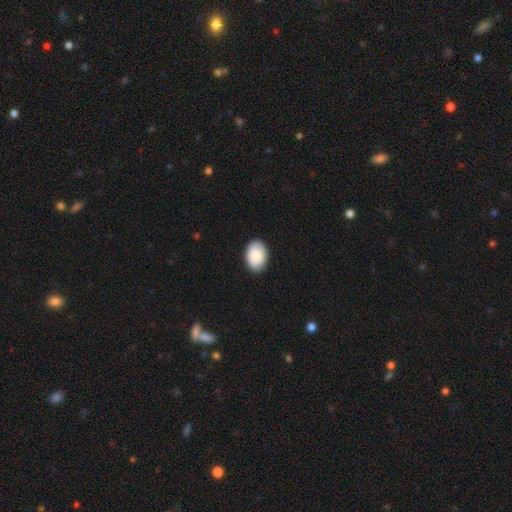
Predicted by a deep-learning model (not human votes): This is clearly a smooth galaxy (86%). How rounded: clearly in between (86%). Merging: clearly none (89%).